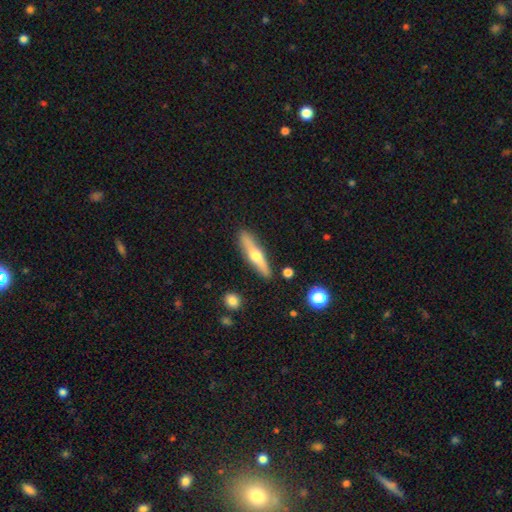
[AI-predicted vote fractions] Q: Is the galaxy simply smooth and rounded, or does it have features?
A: featured or disk — 53%.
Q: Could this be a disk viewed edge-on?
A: yes — 93%.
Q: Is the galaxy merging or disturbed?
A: none — 87%.